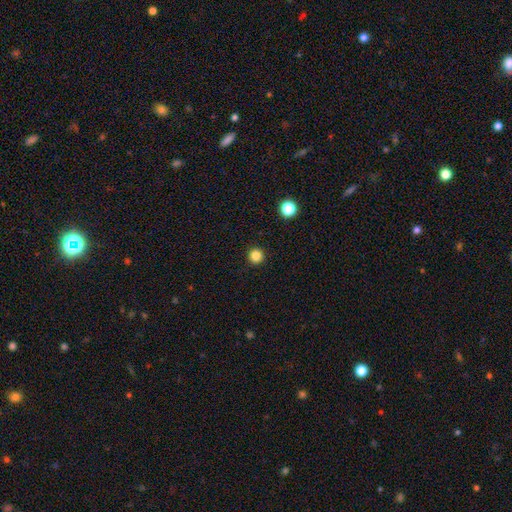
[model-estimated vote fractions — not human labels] This is clearly a smooth galaxy (84%). How rounded: clearly round (96%). Merging: clearly none (93%).